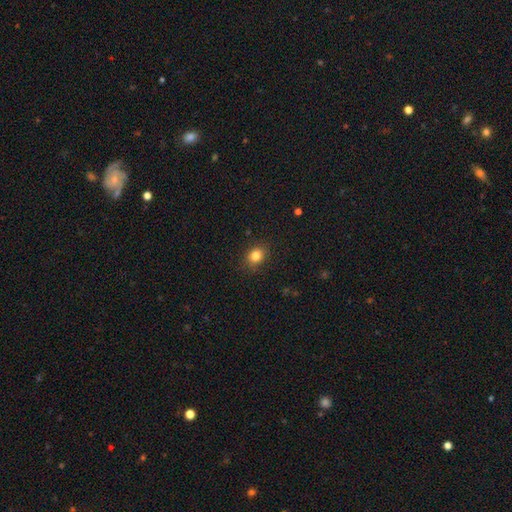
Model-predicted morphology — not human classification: The model was most divided on "how rounded": round: 57%, in between: 42%, cigar-shaped: 1%. More confident: merging — none (86%); smooth or featured — smooth (84%).